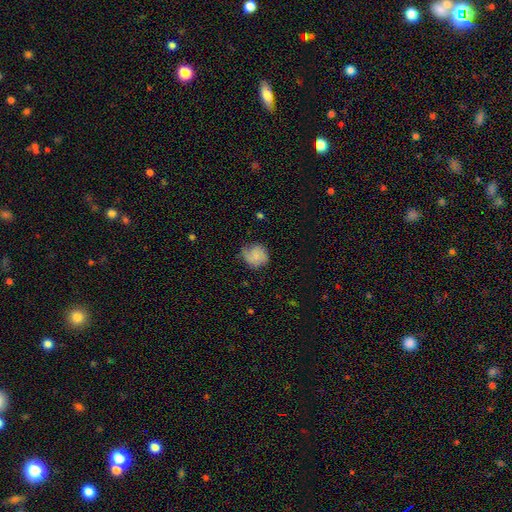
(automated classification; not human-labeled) This is likely a smooth galaxy (72%). How rounded: likely round (79%). Merging: possibly none (57%).